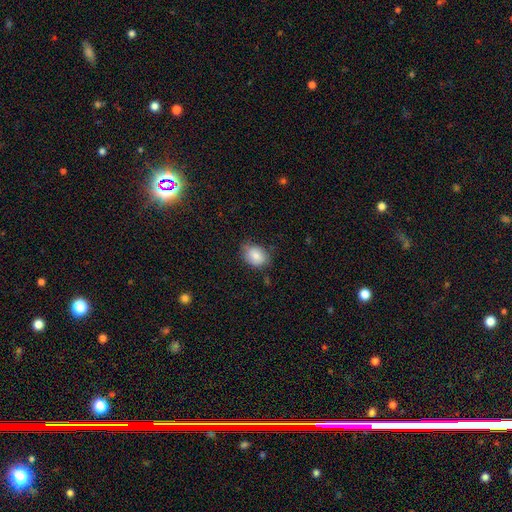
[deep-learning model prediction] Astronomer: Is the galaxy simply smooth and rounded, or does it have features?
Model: smooth — 81%.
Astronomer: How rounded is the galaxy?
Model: in between — 66%.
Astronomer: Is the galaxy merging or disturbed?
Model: none — 67%.